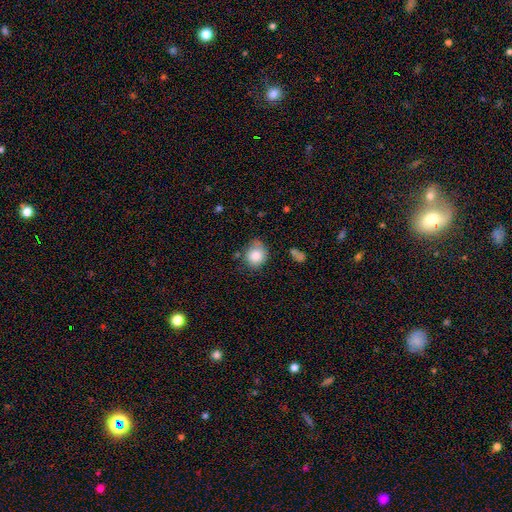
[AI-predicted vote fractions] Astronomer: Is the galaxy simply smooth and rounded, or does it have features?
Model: smooth — 84%.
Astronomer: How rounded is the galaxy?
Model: round — 70%.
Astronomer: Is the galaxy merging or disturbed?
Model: none — 62%.